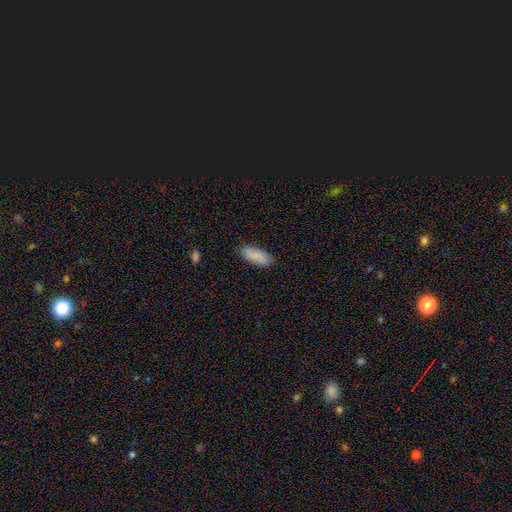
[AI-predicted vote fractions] Smooth or featured? smooth (85%)
How rounded? in between (78%)
Merging? none (84%)